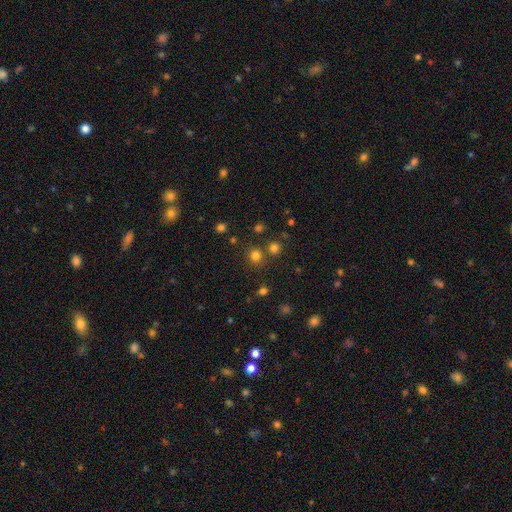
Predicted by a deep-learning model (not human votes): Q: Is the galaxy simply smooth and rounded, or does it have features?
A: smooth — 74%.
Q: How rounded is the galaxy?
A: round — 89%.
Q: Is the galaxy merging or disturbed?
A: none — 78%.